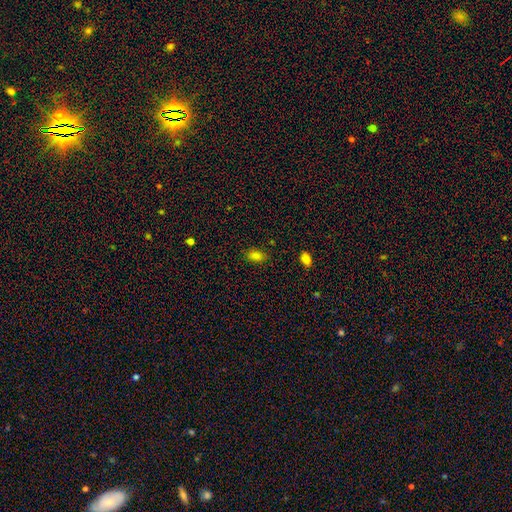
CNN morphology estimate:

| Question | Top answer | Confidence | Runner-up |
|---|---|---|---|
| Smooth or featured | smooth | 83% | star or artifact (12%) |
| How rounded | in between | 88% | round (10%) |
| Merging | none | 83% | minor disturbance (12%) |